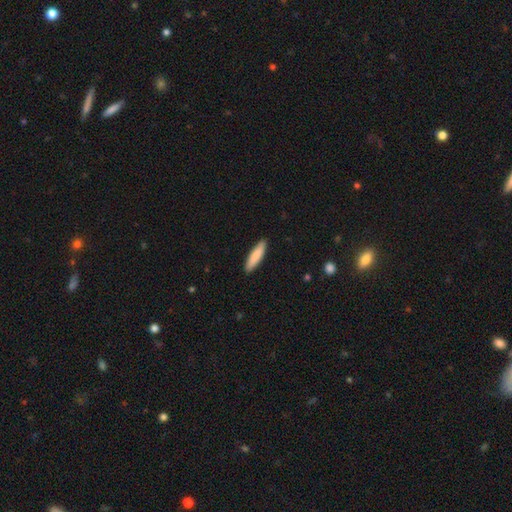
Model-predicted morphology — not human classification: Smooth or featured?
  - smooth: 86% *
  - featured or disk: 9%
  - star or artifact: 5%
How rounded?
  - cigar-shaped: 77% *
  - in between: 21%
  - round: 1%
Merging?
  - none: 90% *
  - minor disturbance: 7%
  - major disturbance: 1%
  - merger: 1%